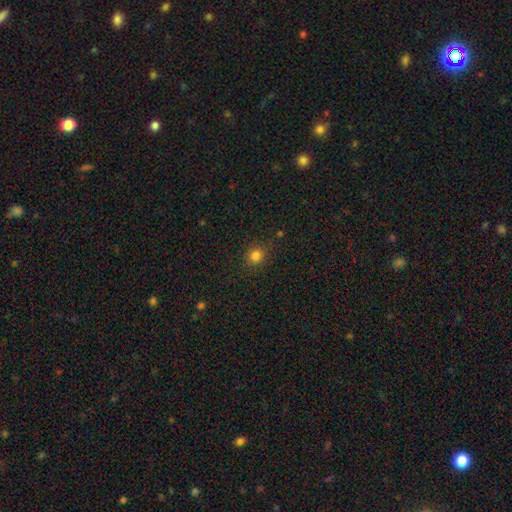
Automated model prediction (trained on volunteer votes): Smooth or featured: smooth — 82% (star or artifact — 14%)
How rounded: round — 84% (in between — 15%)
Merging: none — 87% (minor disturbance — 9%)